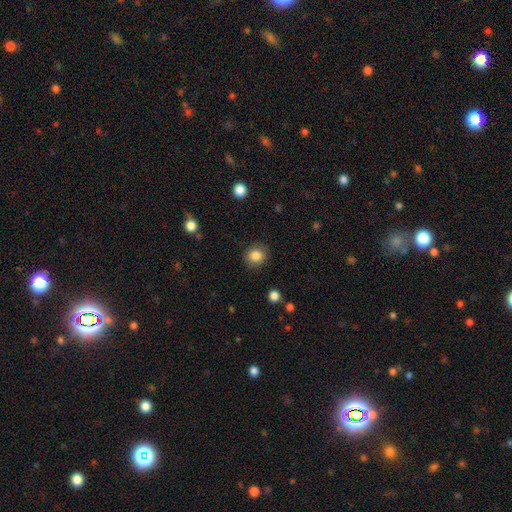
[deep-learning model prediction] smooth_or_featured: smooth (p=0.85) [alt: star or artifact p=0.10]
how_rounded: round (p=0.86) [alt: in between p=0.14]
merging: none (p=0.88) [alt: minor disturbance p=0.08]